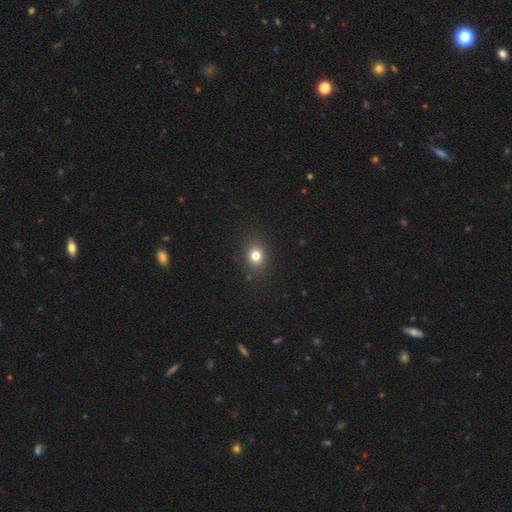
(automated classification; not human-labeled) The model was most divided on "how rounded": round: 58%, in between: 41%, cigar-shaped: 1%. More confident: merging — none (87%); smooth or featured — smooth (80%).